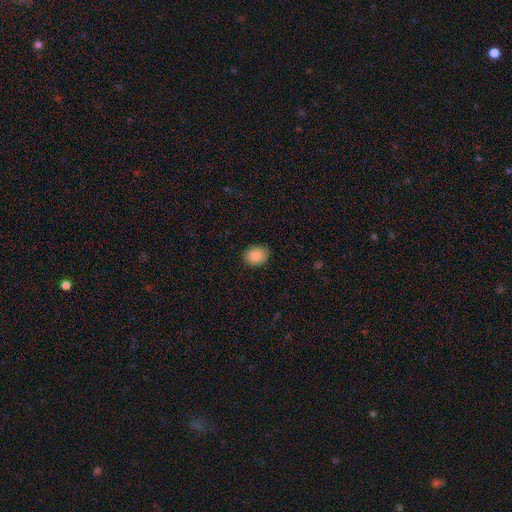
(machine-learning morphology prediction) This is clearly a smooth galaxy (88%). How rounded: possibly in between (59%). Merging: clearly none (85%).